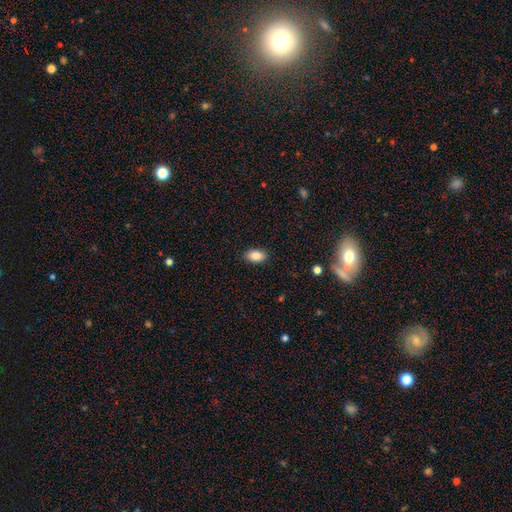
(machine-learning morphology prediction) A smooth galaxy with no disk features (87%) that is in between round and cigar-shaped (92%). Merging: none (89%).